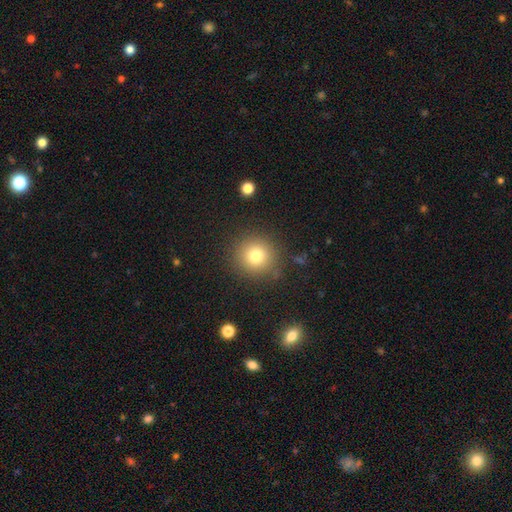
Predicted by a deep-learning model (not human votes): The model was most divided on "smooth or featured": smooth: 78%, star or artifact: 13%, featured or disk: 10%. More confident: how rounded — round (93%); merging — none (86%).